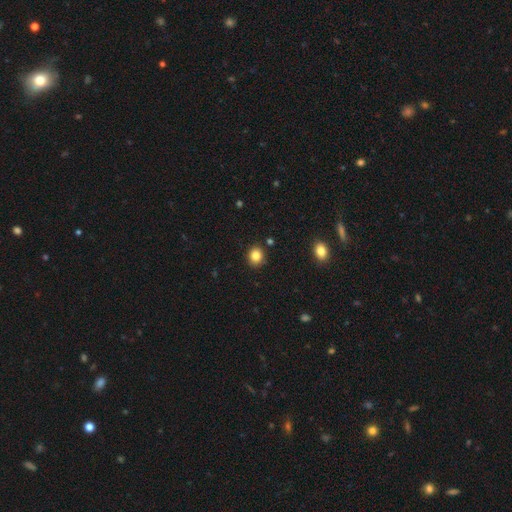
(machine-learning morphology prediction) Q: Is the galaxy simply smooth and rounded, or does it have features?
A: smooth — 84%.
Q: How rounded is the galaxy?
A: round — 73%.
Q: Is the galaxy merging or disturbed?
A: none — 88%.